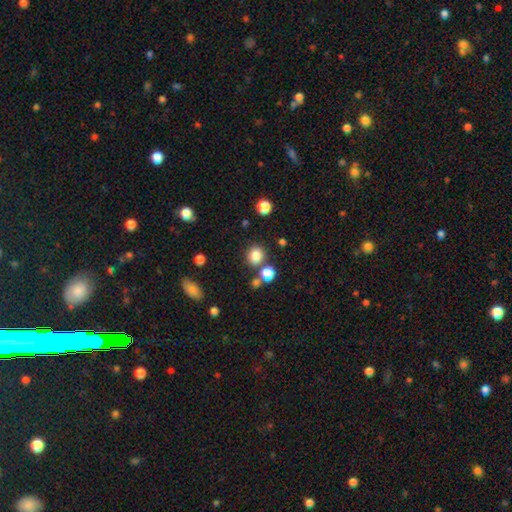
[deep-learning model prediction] A smooth galaxy with no disk features (82%) that is round (82%).

Vote fractions:
- Smooth or featured? smooth: 82% / star or artifact: 13% / featured or disk: 5%
- How rounded? round: 82% / in between: 17% / cigar-shaped: 1%
- Merging? none: 78% / merger: 10% / minor disturbance: 9% / major disturbance: 3%